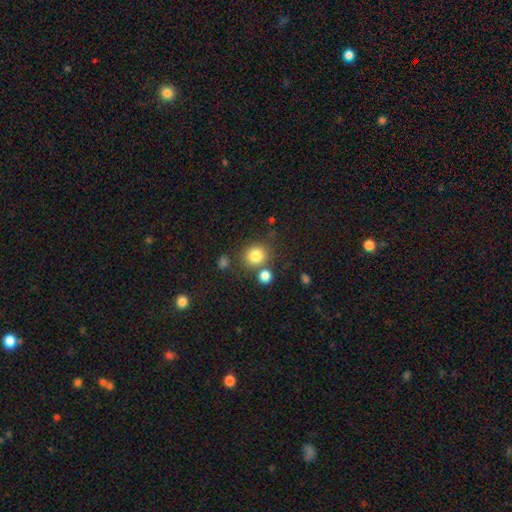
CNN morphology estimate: smooth_or_featured: smooth (p=0.82) [alt: star or artifact p=0.12]
how_rounded: round (p=0.87) [alt: in between p=0.12]
merging: none (p=0.73) [alt: merger p=0.14]